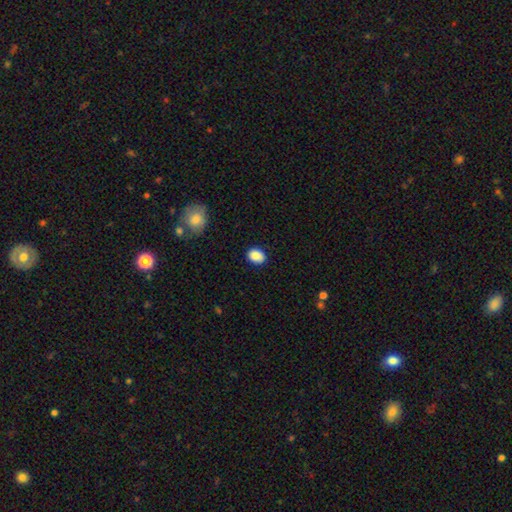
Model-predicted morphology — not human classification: This appears to be a smooth galaxy with no disk features (88%) that is in between round and cigar-shaped (59%). Merging: none (82%).